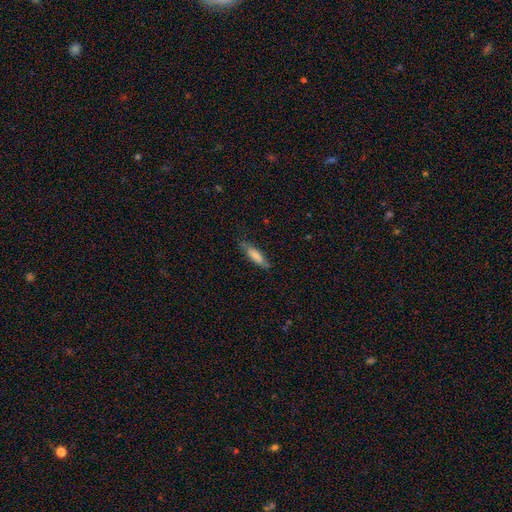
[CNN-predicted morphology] Smooth or featured?
  - smooth: 74% *
  - featured or disk: 20%
  - star or artifact: 6%
How rounded?
  - cigar-shaped: 65% *
  - in between: 33%
  - round: 2%
Merging?
  - none: 74% *
  - minor disturbance: 20%
  - major disturbance: 4%
  - merger: 1%